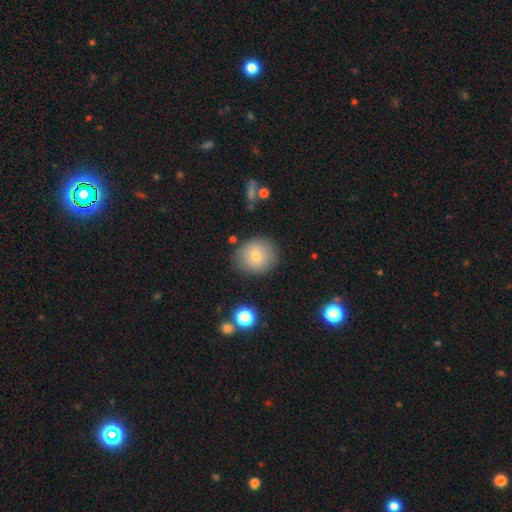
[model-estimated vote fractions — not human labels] A smooth galaxy with no disk features (75%) that is round (84%).

Vote fractions:
- Smooth or featured? smooth: 75% / featured or disk: 14% / star or artifact: 11%
- How rounded? round: 84% / in between: 15% / cigar-shaped: 1%
- Merging? none: 83% / minor disturbance: 11% / major disturbance: 3% / merger: 3%